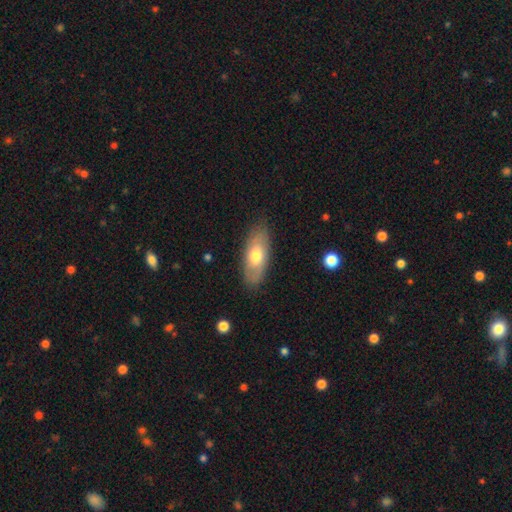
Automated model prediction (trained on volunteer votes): This is likely a smooth galaxy (62%). How rounded: clearly in between (84%). Merging: clearly none (81%).